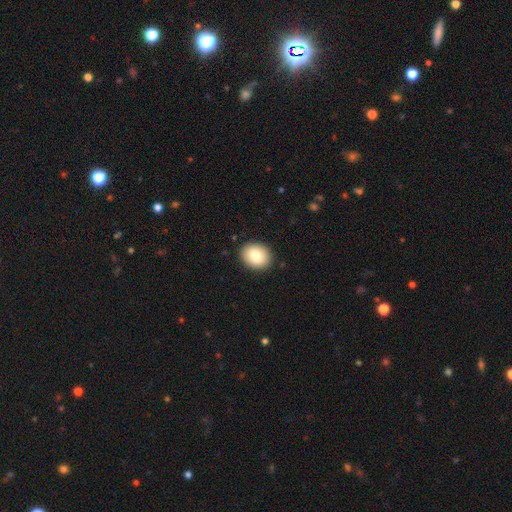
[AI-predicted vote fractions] This appears to be a smooth galaxy with no disk features (81%) that is round (53%). Merging: none (90%).